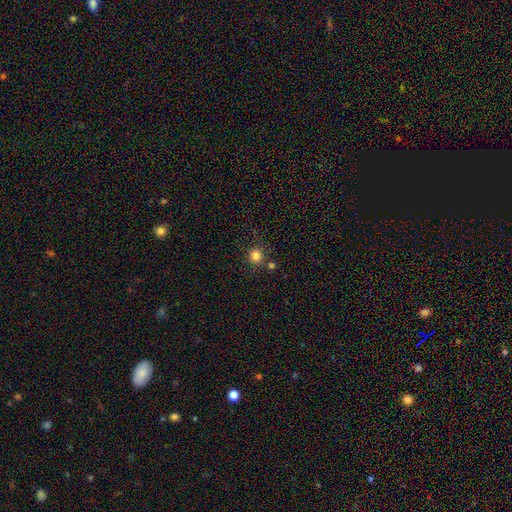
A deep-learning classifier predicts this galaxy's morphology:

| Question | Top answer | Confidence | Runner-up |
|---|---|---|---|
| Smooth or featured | smooth | 82% | star or artifact (13%) |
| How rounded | round | 91% | in between (8%) |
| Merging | none | 79% | merger (9%) |